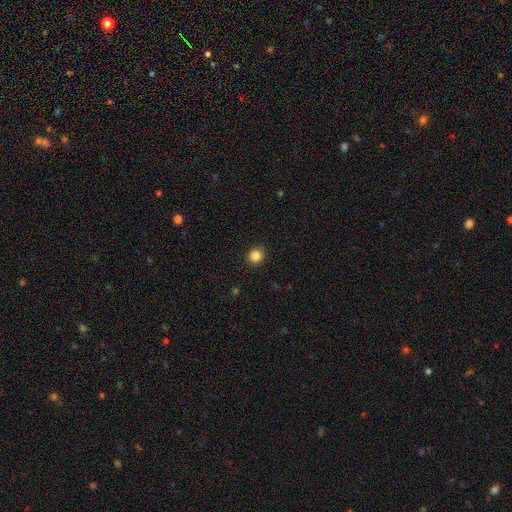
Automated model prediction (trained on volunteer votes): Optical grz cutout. It shows a smooth galaxy with no disk features (85%) that is round (84%). Merging: none (91%).